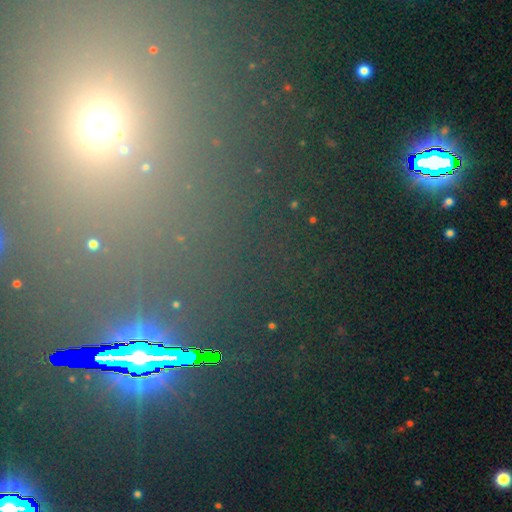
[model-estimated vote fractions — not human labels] A star or artifact, not a galaxy (77%).